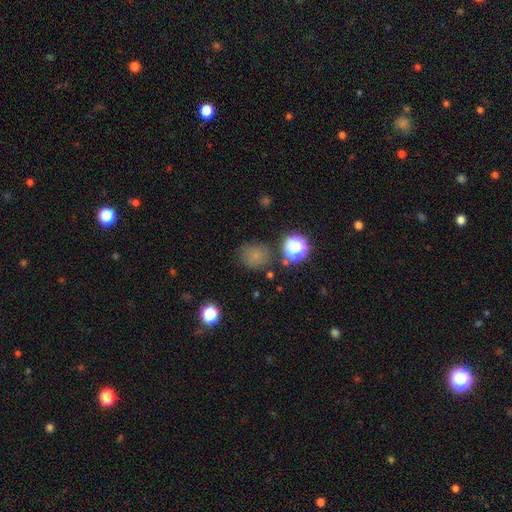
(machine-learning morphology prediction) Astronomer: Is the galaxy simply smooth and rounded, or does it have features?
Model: smooth — 66%.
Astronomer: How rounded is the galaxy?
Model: round — 84%.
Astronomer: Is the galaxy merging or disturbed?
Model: none — 78%.